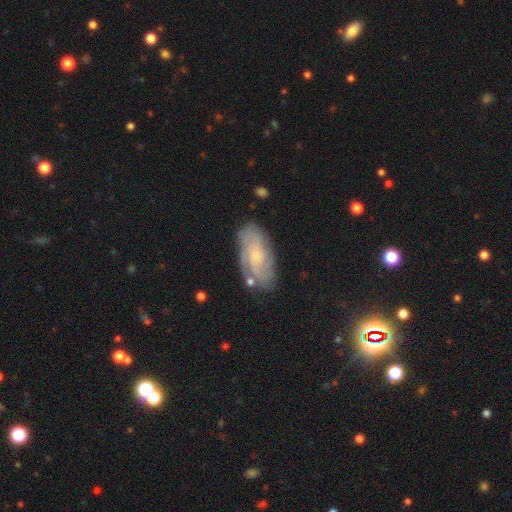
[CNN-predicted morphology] A featured or disk galaxy (66%) with no bar (68%), tight (49%) spiral arms (87%) and a small central bulge (63%).

Vote fractions:
- Smooth or featured? featured or disk: 66% / smooth: 26% / star or artifact: 8%
- Edge-on disk? no: 93% / yes: 7%
- Bar? no: 68% / weak: 28% / strong: 4%
- Spiral arms? yes: 87% / no: 13%
- Spiral winding? tight: 49% / medium: 36% / loose: 14%
- Spiral arm count? can't tell: 44% / 2: 24% / 3: 15% / 4: 8% / 1: 4% / more than 4: 4%
- Bulge size? small: 63% / moderate: 27% / none: 7% / large: 2% / dominant: 1%
- Merging? none: 73% / minor disturbance: 19% / major disturbance: 6% / merger: 3%